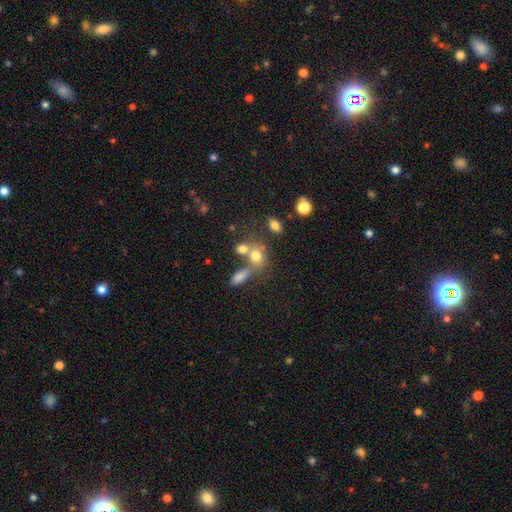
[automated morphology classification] This is likely a smooth galaxy (71%). How rounded: possibly round (49%). Merging: marginally none (41%).